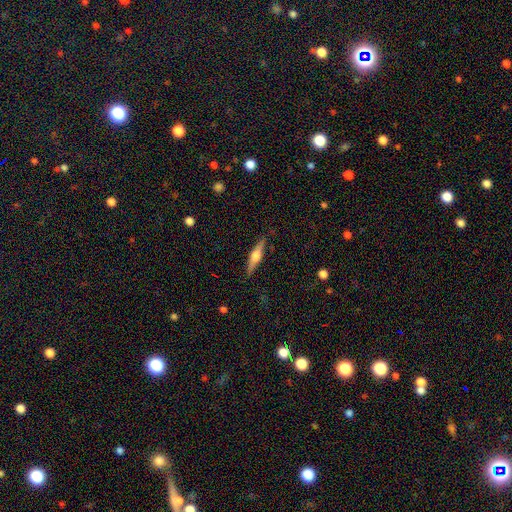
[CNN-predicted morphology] smooth_or_featured: featured or disk (p=0.64) [alt: smooth p=0.30]
disk_edge_on: yes (p=0.97) [alt: no p=0.03]
edge_on_bulge: rounded (p=0.90) [alt: boxy p=0.07]
merging: none (p=0.88) [alt: minor disturbance p=0.09]